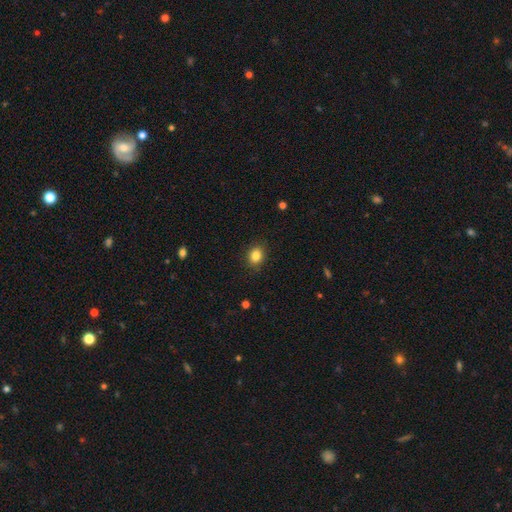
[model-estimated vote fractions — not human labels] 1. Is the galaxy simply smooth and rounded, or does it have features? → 85% smooth, 10% star or artifact, 5% featured or disk.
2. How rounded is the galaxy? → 54% round, 45% in between, 1% cigar-shaped.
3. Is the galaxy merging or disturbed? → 87% none, 10% minor disturbance, 2% major disturbance, 1% merger.